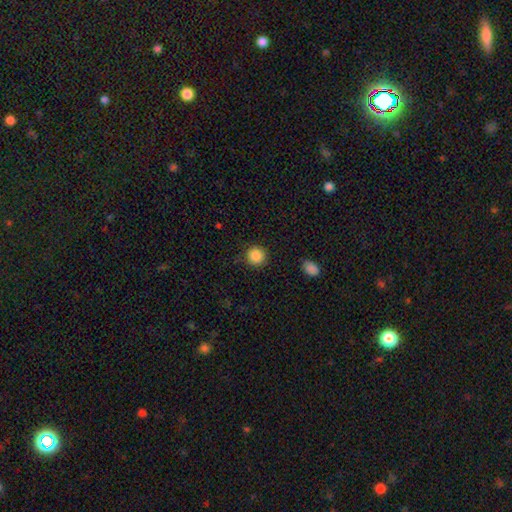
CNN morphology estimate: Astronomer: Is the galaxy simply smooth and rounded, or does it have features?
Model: smooth — 88%.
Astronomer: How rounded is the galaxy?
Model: round — 94%.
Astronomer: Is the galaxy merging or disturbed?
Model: none — 89%.